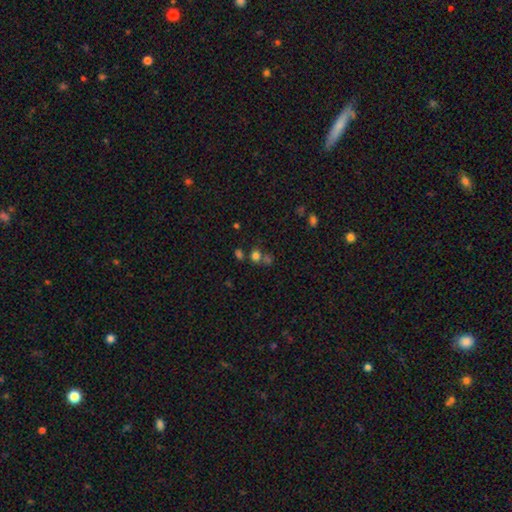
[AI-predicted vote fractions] This appears to be a smooth galaxy with no disk features (69%) that is round (70%). Merging: none (58%).